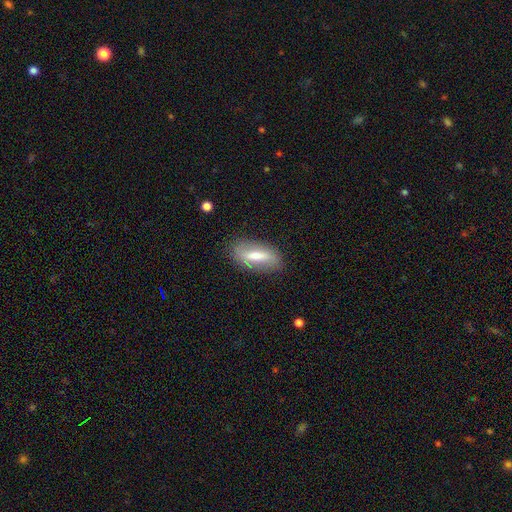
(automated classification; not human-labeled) This appears to be a smooth galaxy with no disk features (51%) that is in between round and cigar-shaped (71%). Merging: none (80%).